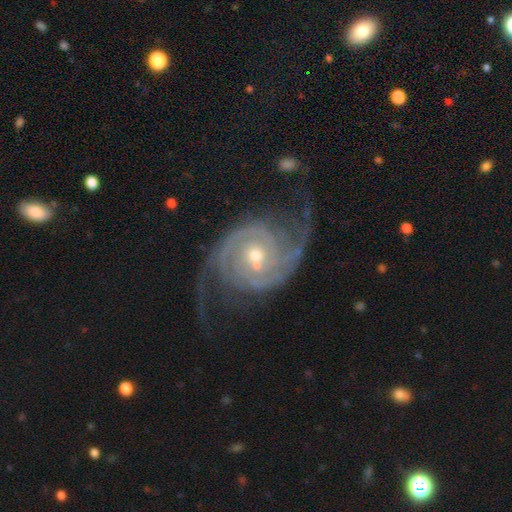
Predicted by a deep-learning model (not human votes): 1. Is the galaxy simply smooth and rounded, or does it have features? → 92% featured or disk, 5% star or artifact, 3% smooth.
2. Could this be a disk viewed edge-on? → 97% no, 3% yes.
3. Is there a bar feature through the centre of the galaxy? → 58% no, 31% weak, 11% strong.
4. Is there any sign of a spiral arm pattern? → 98% yes, 2% no.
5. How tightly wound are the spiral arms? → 44% medium, 42% tight, 14% loose.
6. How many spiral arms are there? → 77% 2, 8% 3, 5% can't tell, 4% 4, 3% more than 4, 3% 1.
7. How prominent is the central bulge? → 54% small, 43% moderate, 2% large, 1% none, 1% dominant.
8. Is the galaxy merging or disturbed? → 68% none, 17% minor disturbance, 12% major disturbance, 3% merger.